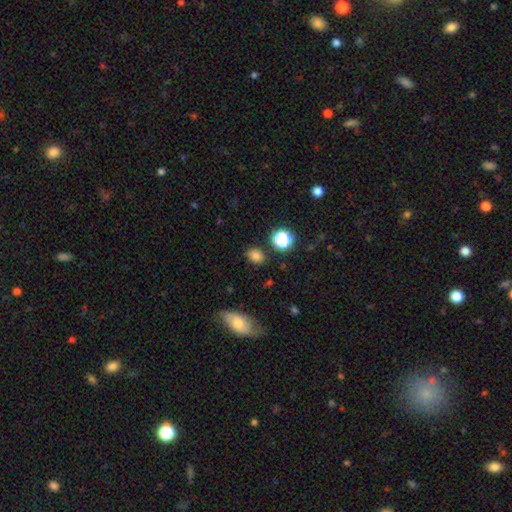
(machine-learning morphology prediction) Q: Smooth or featured?
A: smooth (79%); runner-up: star or artifact (15%)
Q: How rounded?
A: in between (51%); runner-up: round (48%)
Q: Merging?
A: none (81%); runner-up: minor disturbance (12%)